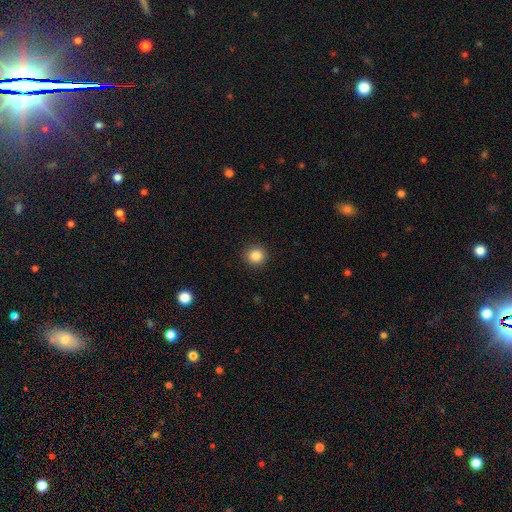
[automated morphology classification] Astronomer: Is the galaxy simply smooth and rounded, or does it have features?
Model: smooth — 86%.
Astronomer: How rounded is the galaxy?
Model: round — 91%.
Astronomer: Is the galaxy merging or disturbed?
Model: none — 91%.